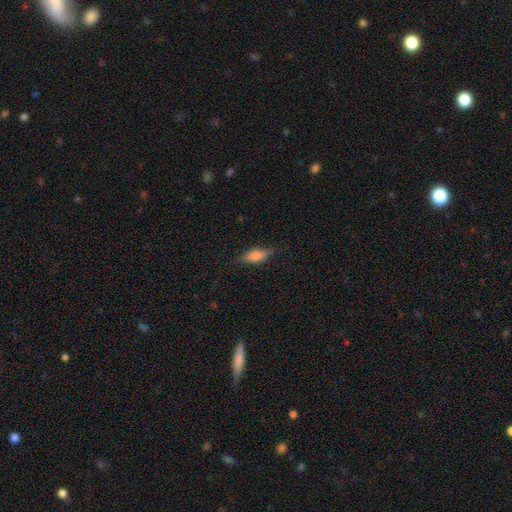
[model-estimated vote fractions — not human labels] Smooth or featured?
  - smooth: 63% *
  - featured or disk: 28%
  - star or artifact: 8%
How rounded?
  - in between: 61% *
  - cigar-shaped: 35%
  - round: 4%
Merging?
  - none: 80% *
  - minor disturbance: 15%
  - major disturbance: 3%
  - merger: 1%